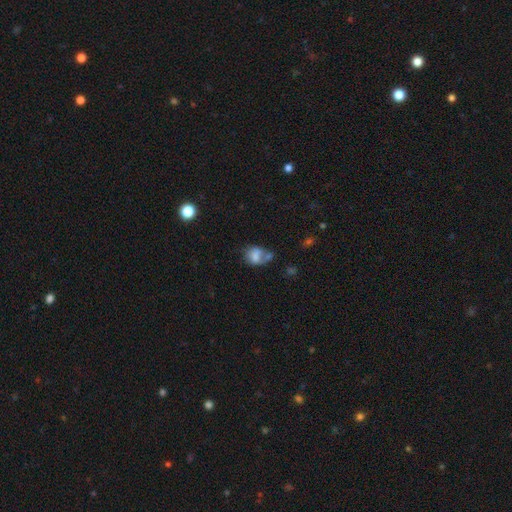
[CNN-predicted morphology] Overall: smooth (68%). How rounded: in between (53%; round 46%). Merging: merger (33%; none 30%).